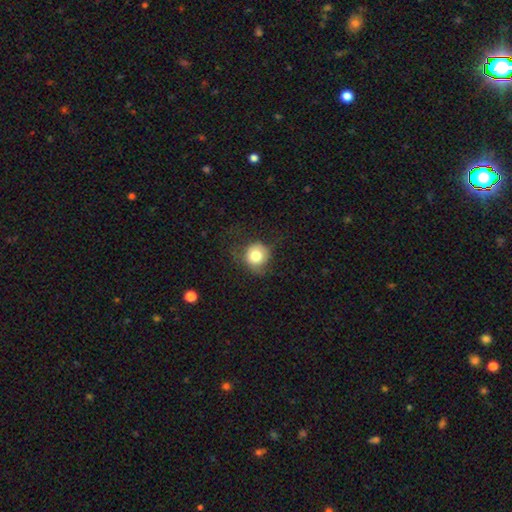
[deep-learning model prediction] Overall: smooth (77%). How rounded: round (88%). Merging: none (61%; minor disturbance 24%).